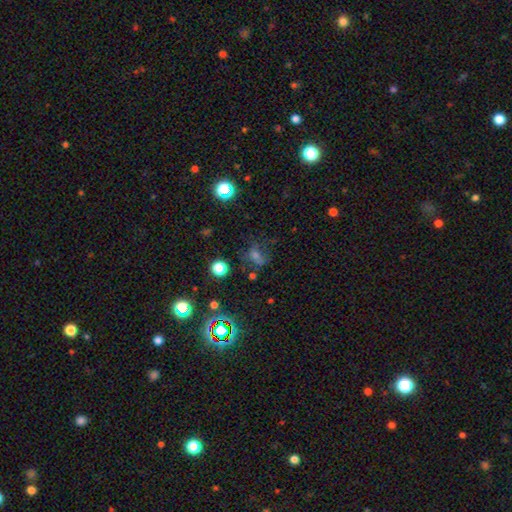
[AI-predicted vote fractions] smooth_or_featured: star or artifact (p=0.40) [alt: smooth p=0.39]